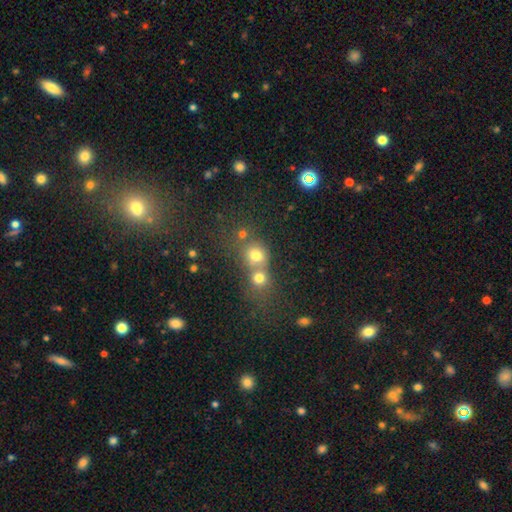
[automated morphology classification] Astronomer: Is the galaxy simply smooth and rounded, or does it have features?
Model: smooth — 72%.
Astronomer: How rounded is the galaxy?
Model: round — 80%.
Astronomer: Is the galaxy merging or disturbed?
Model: merger — 48% (runner-up: none, 41%).